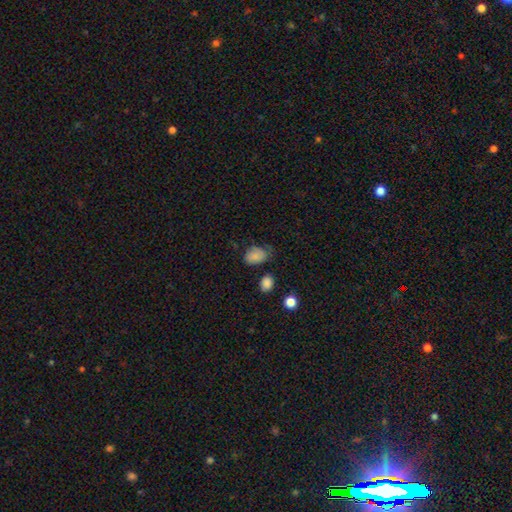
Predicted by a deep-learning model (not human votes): Smooth or featured? smooth (82%)
How rounded? in between (76%)
Merging? none (53%)